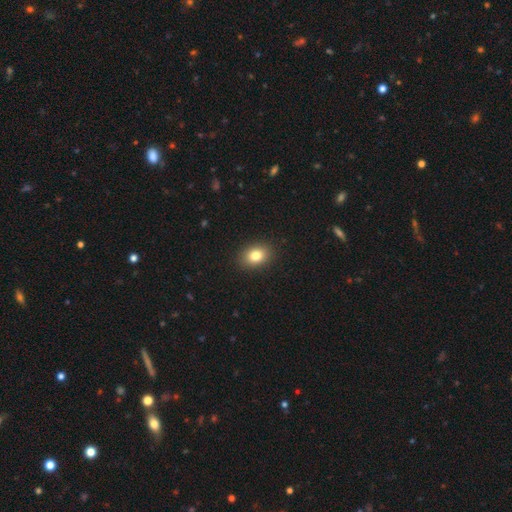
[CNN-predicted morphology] This is clearly a smooth galaxy (82%). How rounded: likely in between (66%). Merging: clearly none (90%).